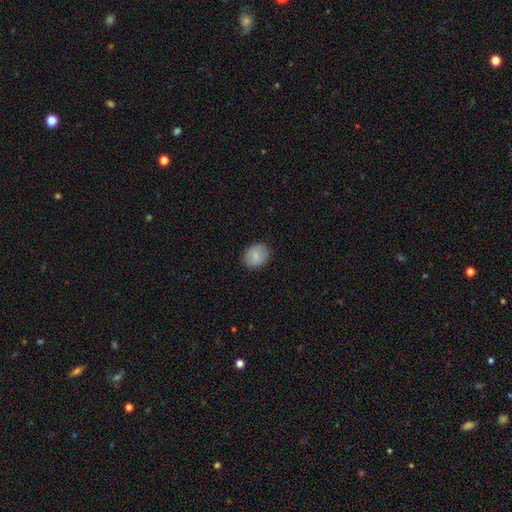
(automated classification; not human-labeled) Smooth or featured: smooth — 85% (featured or disk — 7%)
How rounded: round — 57% (in between — 42%)
Merging: none — 88% (minor disturbance — 9%)